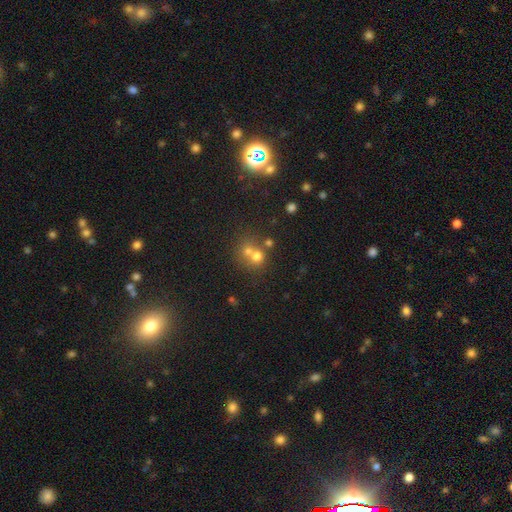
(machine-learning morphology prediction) A smooth galaxy with no disk features (66%) that is round (82%). Merging: merger (53%).